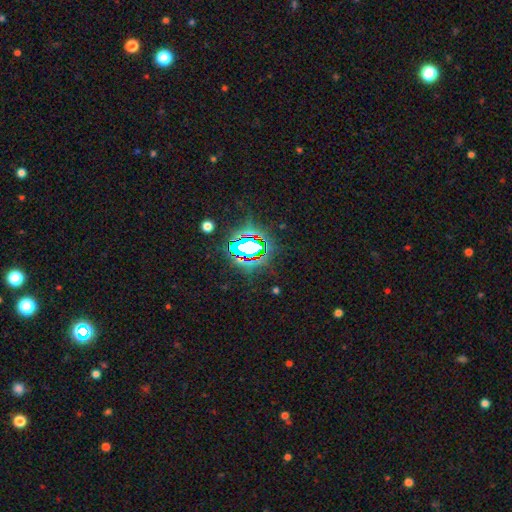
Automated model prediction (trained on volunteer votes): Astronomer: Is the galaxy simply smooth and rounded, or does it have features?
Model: star or artifact — 82%.